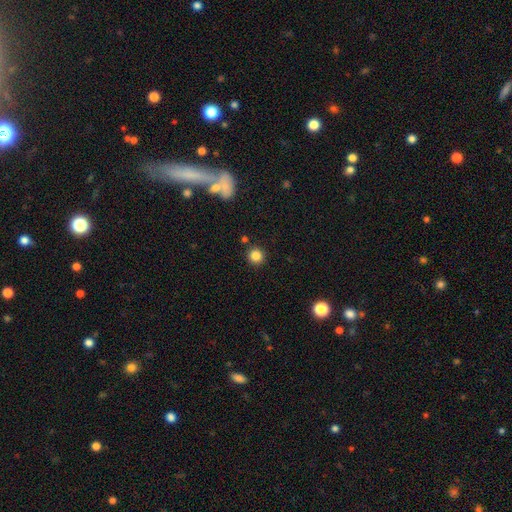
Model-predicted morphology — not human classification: Smooth or featured: smooth — 85% (star or artifact — 11%)
How rounded: round — 94% (in between — 5%)
Merging: none — 88% (minor disturbance — 6%)